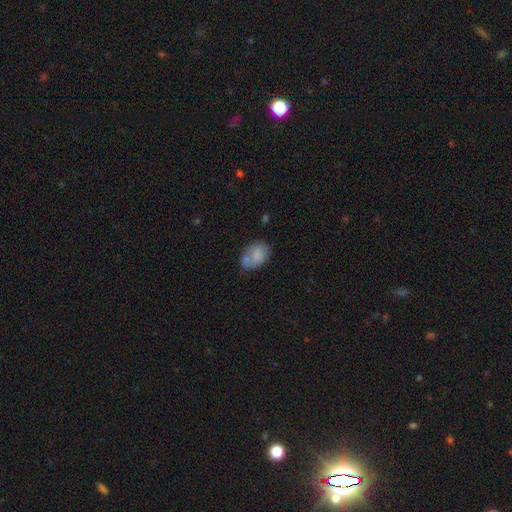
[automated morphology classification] Q: Smooth or featured?
A: smooth (75%); runner-up: featured or disk (17%)
Q: How rounded?
A: in between (76%); runner-up: round (23%)
Q: Merging?
A: none (38%); runner-up: merger (32%)